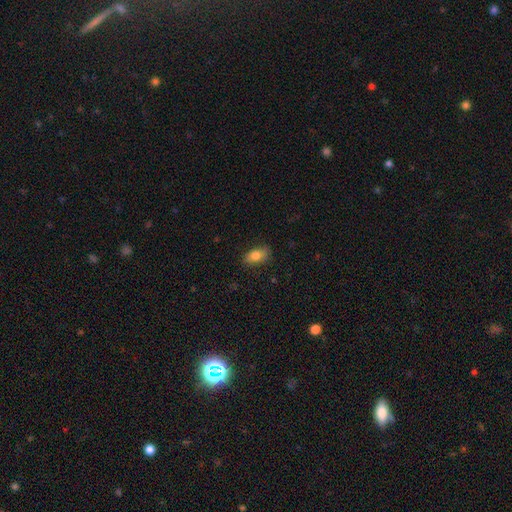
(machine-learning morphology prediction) Smooth or featured? smooth (77%)
How rounded? in between (85%)
Merging? none (80%)